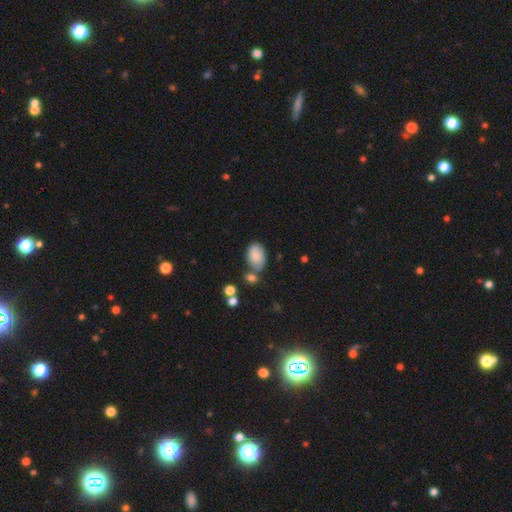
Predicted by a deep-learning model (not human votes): Smooth or featured?
  - smooth: 84% *
  - featured or disk: 8%
  - star or artifact: 8%
How rounded?
  - in between: 88% *
  - round: 10%
  - cigar-shaped: 1%
Merging?
  - none: 54% *
  - minor disturbance: 22%
  - merger: 18%
  - major disturbance: 6%